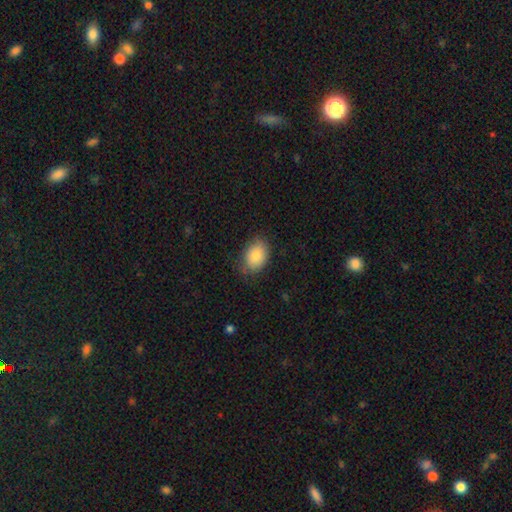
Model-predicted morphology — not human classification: The model was most divided on "merging": none: 77%, minor disturbance: 18%, major disturbance: 4%, merger: 1%. More confident: smooth or featured — smooth (84%); how rounded — in between (80%).